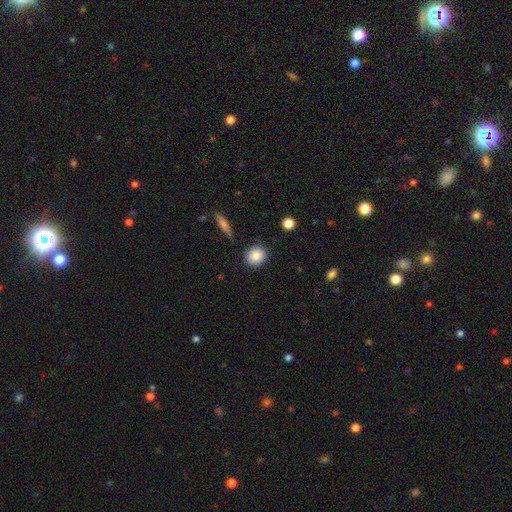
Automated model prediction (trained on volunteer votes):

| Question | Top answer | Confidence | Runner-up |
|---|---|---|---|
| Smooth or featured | smooth | 87% | star or artifact (8%) |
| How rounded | round | 79% | in between (20%) |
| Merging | none | 87% | minor disturbance (9%) |